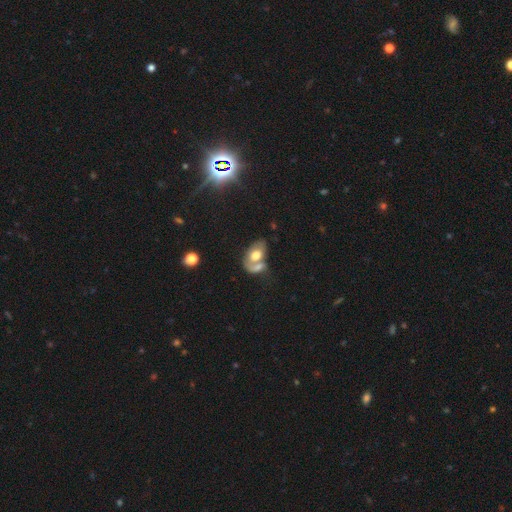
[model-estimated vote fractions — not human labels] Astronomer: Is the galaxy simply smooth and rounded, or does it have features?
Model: smooth — 57% (runner-up: featured or disk, 35%).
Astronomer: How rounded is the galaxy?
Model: in between — 87%.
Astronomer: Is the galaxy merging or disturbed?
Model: merger — 58%.